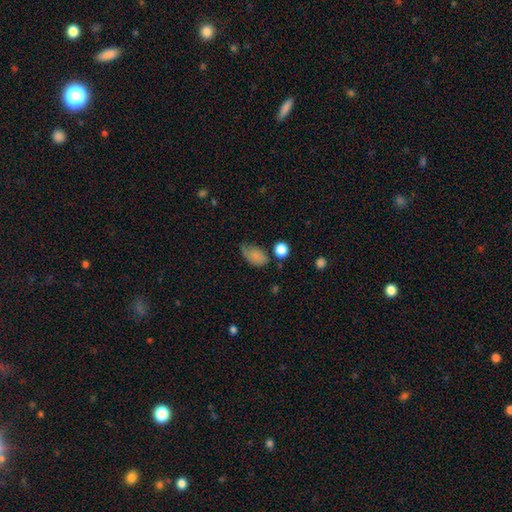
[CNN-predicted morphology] smooth 78%, featured or disk 12%, star or artifact 10%. Down the decision tree: how rounded — in between (87%); merging — none (45%).